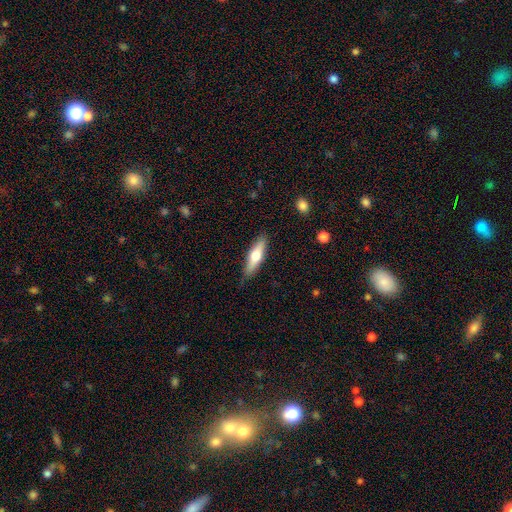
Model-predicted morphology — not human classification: The model was most divided on "smooth or featured": smooth: 53%, featured or disk: 41%, star or artifact: 5%. More confident: merging — none (85%); how rounded — cigar-shaped (66%).